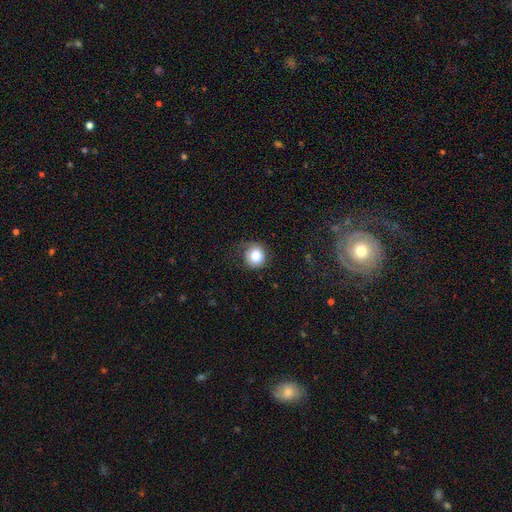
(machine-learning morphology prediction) The model was most divided on "merging": none: 69%, minor disturbance: 20%, major disturbance: 10%, merger: 1%. More confident: how rounded — round (90%); smooth or featured — smooth (83%).